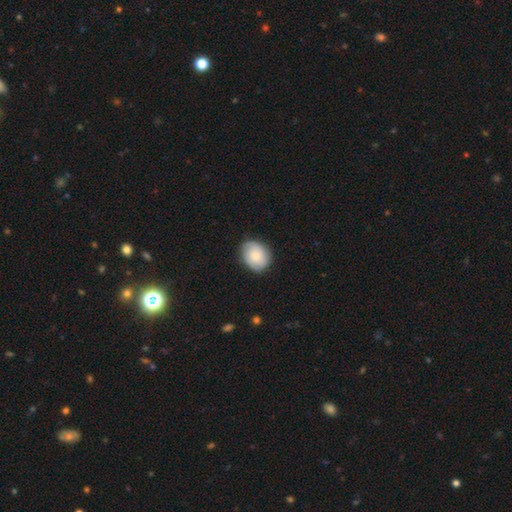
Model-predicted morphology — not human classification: Q: Smooth or featured?
A: smooth (73%); runner-up: featured or disk (20%)
Q: How rounded?
A: round (51%); runner-up: in between (48%)
Q: Merging?
A: none (79%); runner-up: minor disturbance (16%)